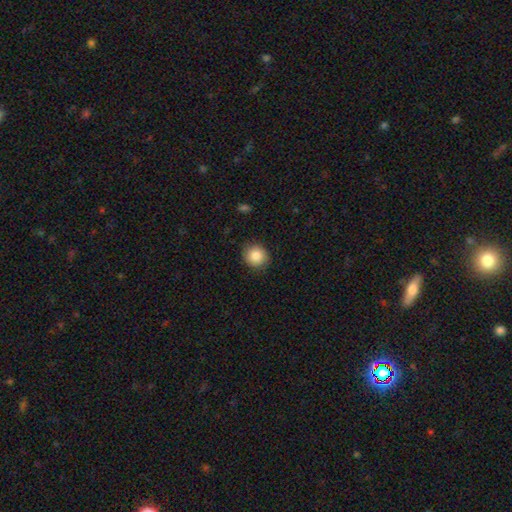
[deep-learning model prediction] Smooth or featured? smooth (86%)
How rounded? round (87%)
Merging? none (88%)